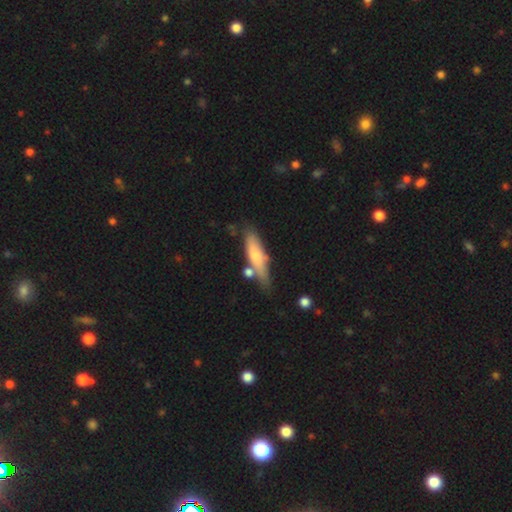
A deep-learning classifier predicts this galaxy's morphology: Smooth or featured? Predicted: smooth (p=0.63). How rounded? Predicted: cigar-shaped (p=0.67). Merging? Predicted: none (p=0.62).